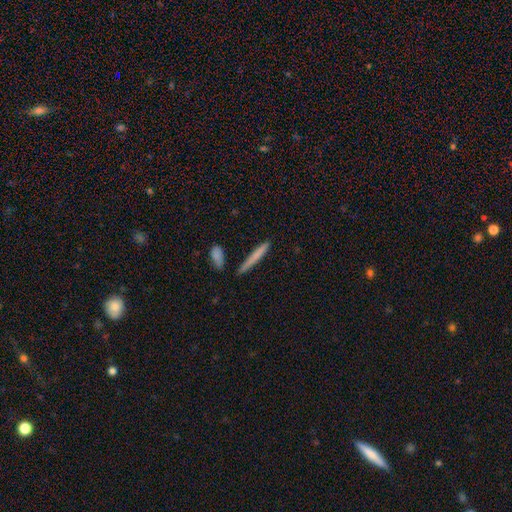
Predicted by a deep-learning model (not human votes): A smooth galaxy with no disk features (72%) that is cigar-shaped (95%).

Vote fractions:
- Smooth or featured? smooth: 72% / featured or disk: 22% / star or artifact: 6%
- How rounded? cigar-shaped: 95% / in between: 3% / round: 1%
- Merging? none: 81% / minor disturbance: 11% / merger: 5% / major disturbance: 3%